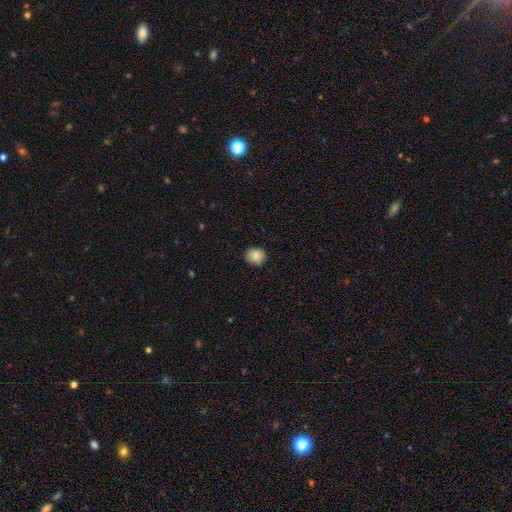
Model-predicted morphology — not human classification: A smooth galaxy with no disk features (87%) that is round (75%). Merging: none (86%).